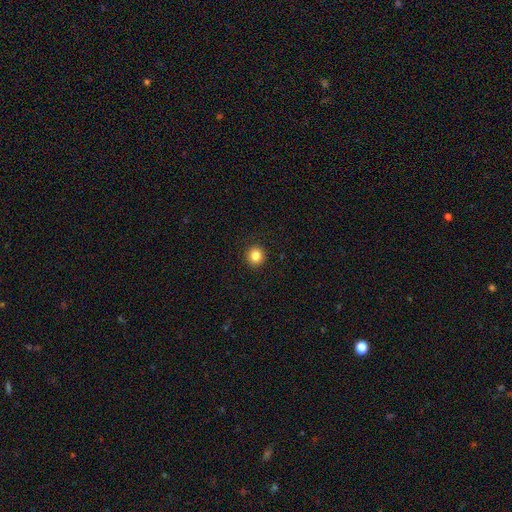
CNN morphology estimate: smooth 84%, star or artifact 11%, featured or disk 5%. Down the decision tree: how rounded — round (93%); merging — none (93%).